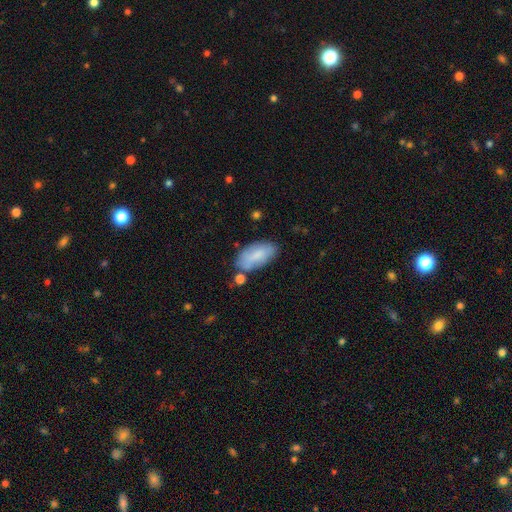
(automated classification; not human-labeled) Smooth or featured? Predicted: smooth (p=0.78). How rounded? Predicted: in between (p=0.92). Merging? Predicted: none (p=0.66).